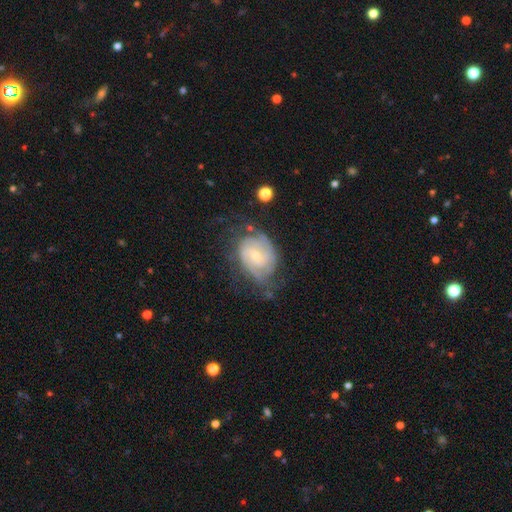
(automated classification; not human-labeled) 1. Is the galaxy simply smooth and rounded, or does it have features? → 78% featured or disk, 16% smooth, 6% star or artifact.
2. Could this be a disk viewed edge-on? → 97% no, 3% yes.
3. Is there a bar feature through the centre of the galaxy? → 55% no, 38% weak, 7% strong.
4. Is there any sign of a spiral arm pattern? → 91% yes, 9% no.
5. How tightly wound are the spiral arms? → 56% tight, 34% medium, 10% loose.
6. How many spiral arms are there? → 39% 2, 34% can't tell, 14% 3, 5% 4, 4% 1, 3% more than 4.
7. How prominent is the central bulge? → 70% small, 26% moderate, 2% none, 2% large, 1% dominant.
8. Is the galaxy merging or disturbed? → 53% none, 27% minor disturbance, 18% major disturbance, 3% merger.